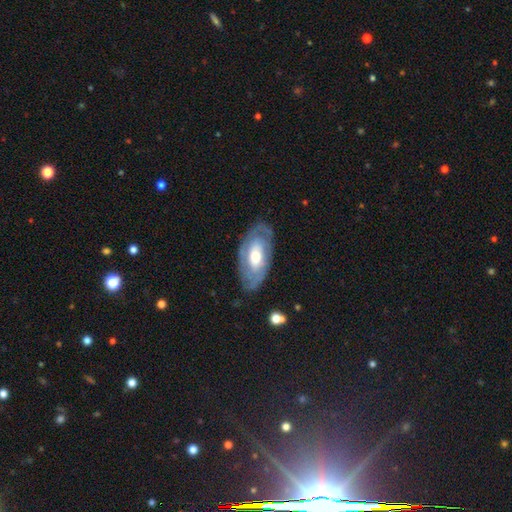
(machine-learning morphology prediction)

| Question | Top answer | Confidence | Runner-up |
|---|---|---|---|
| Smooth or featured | featured or disk | 66% | smooth (29%) |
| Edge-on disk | no | 89% | yes (11%) |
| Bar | no | 64% | weak (26%) |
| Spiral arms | yes | 64% | no (36%) |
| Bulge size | moderate | 66% | small (16%) |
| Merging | none | 76% | minor disturbance (17%) |